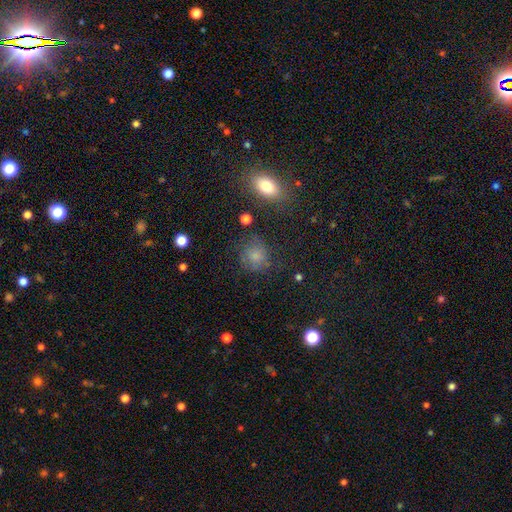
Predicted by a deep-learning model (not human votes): Smooth or featured?
  - smooth: 75% *
  - star or artifact: 14%
  - featured or disk: 11%
How rounded?
  - round: 78% *
  - in between: 20%
  - cigar-shaped: 1%
Merging?
  - none: 69% *
  - minor disturbance: 18%
  - major disturbance: 9%
  - merger: 4%